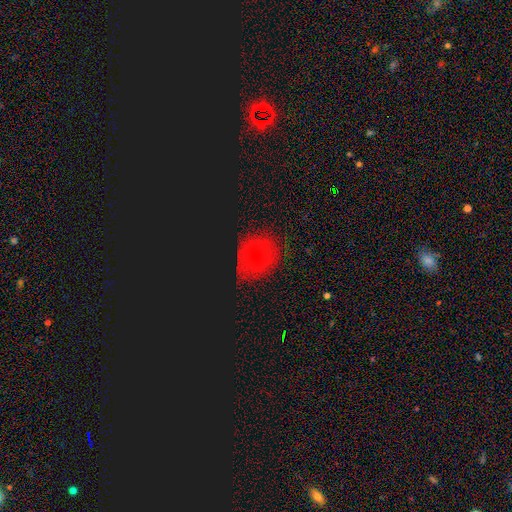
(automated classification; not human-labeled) The model was most divided on "smooth or featured": smooth: 45%, featured or disk: 30%, star or artifact: 26%. More confident: merging — none (78%).